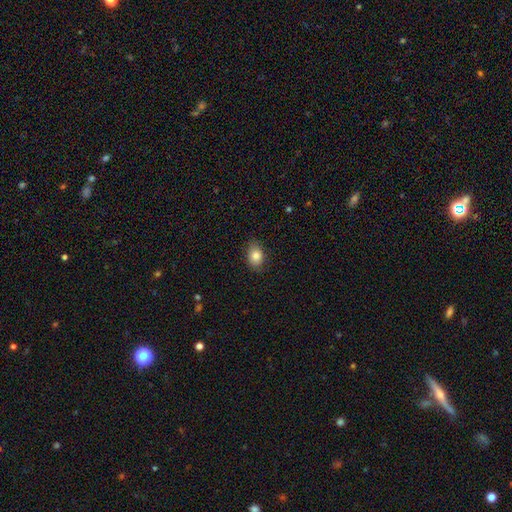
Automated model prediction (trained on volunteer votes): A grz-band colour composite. It shows a smooth galaxy with no disk features (83%) that is in between round and cigar-shaped (74%). Merging: none (82%).